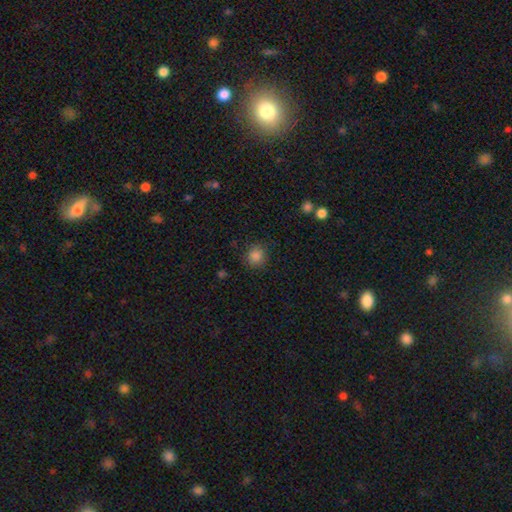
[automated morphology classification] Overall: smooth (85%). How rounded: round (89%). Merging: none (86%).